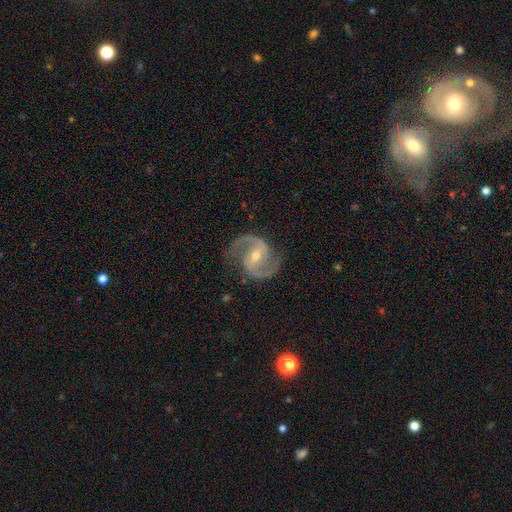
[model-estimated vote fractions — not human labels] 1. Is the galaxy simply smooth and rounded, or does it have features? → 93% featured or disk, 4% star or artifact, 3% smooth.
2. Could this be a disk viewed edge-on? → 98% no, 2% yes.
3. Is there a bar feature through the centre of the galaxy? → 45% weak, 30% strong, 25% no.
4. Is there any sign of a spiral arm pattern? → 98% yes, 2% no.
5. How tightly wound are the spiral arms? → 66% medium, 19% tight, 15% loose.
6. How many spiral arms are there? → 94% 2, 2% 3, 1% can't tell, 1% 1, 1% 4, 1% more than 4.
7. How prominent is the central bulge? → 50% moderate, 47% small, 1% large, 1% none, 1% dominant.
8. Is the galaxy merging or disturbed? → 83% none, 12% minor disturbance, 4% major disturbance, 1% merger.